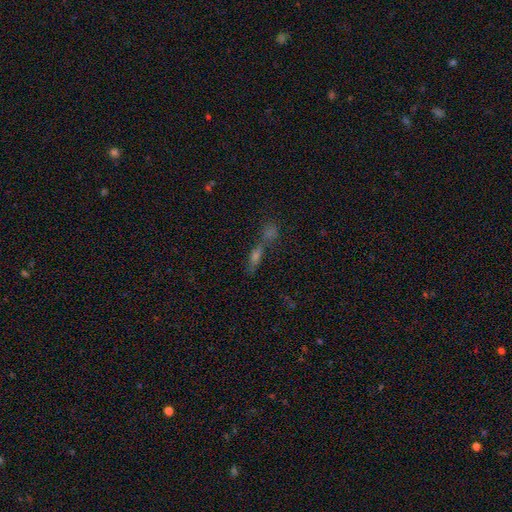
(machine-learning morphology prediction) Smooth or featured?
  - smooth: 44% *
  - featured or disk: 29%
  - star or artifact: 27%
Merging?
  - merger: 49% *
  - none: 37%
  - minor disturbance: 8%
  - major disturbance: 6%